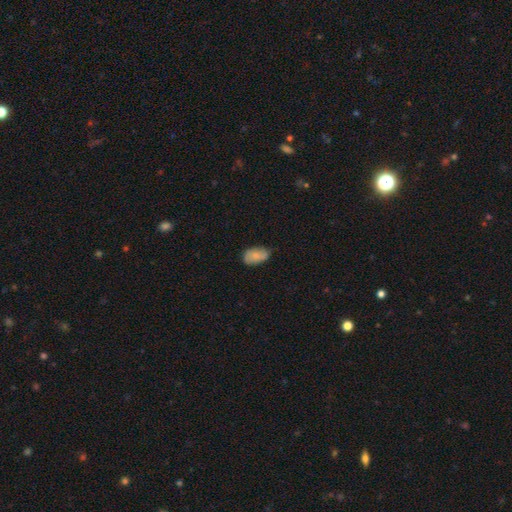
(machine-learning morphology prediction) type=smooth (78%); roundness=in between (91%); merging=none (60%).